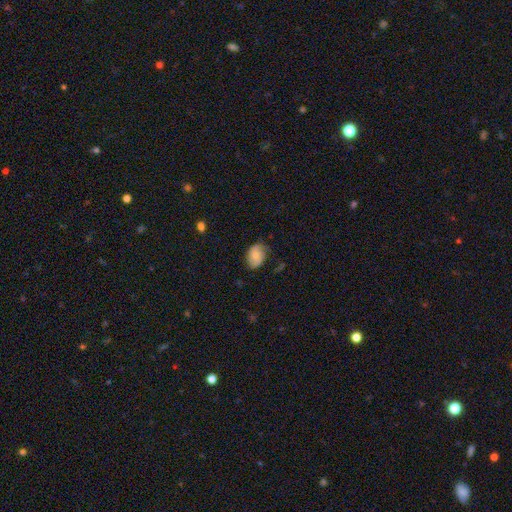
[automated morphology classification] Smooth or featured: smooth — 51% (featured or disk — 41%)
How rounded: in between — 69% (round — 29%)
Merging: none — 64% (minor disturbance — 27%)